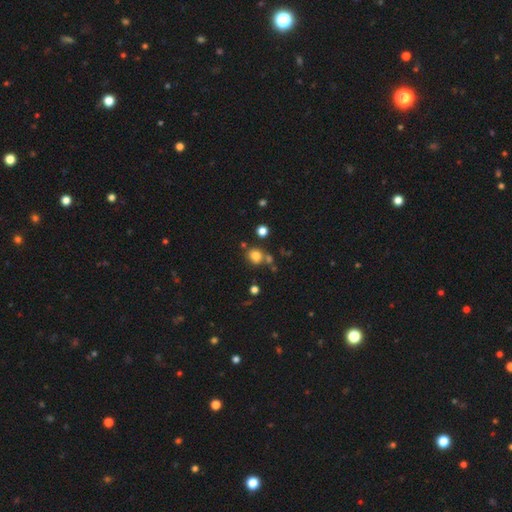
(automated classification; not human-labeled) Morphology: type=smooth (77%); roundness=round (80%); merging=none (68%).